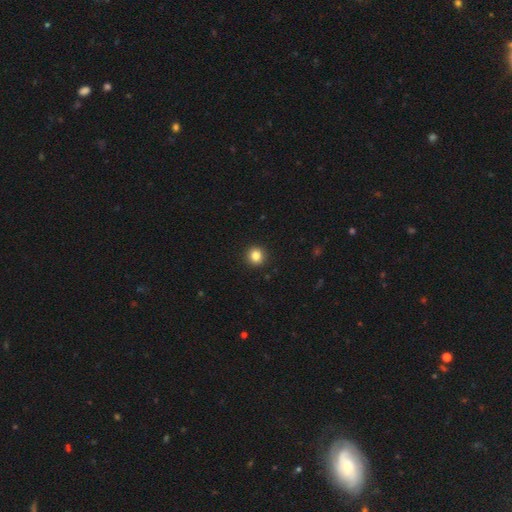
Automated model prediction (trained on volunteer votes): Overall: smooth (84%). How rounded: round (91%). Merging: none (93%).